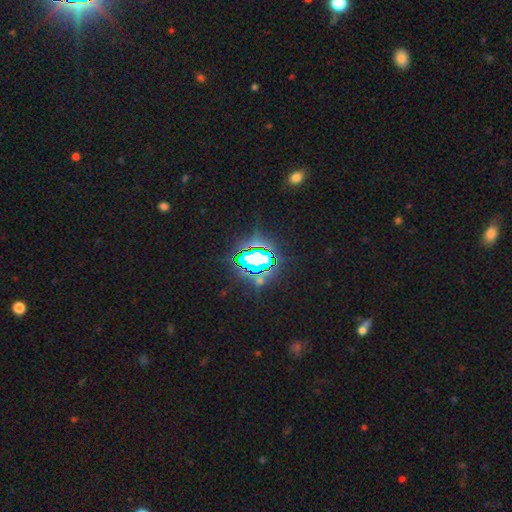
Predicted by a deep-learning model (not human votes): smooth_or_featured: star or artifact (p=0.76) [alt: smooth p=0.13]